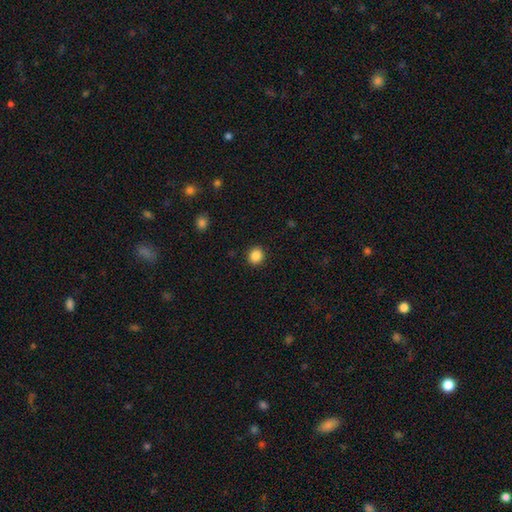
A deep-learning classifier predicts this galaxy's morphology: This appears to be a smooth galaxy with no disk features (86%) that is round (84%). Merging: none (92%).